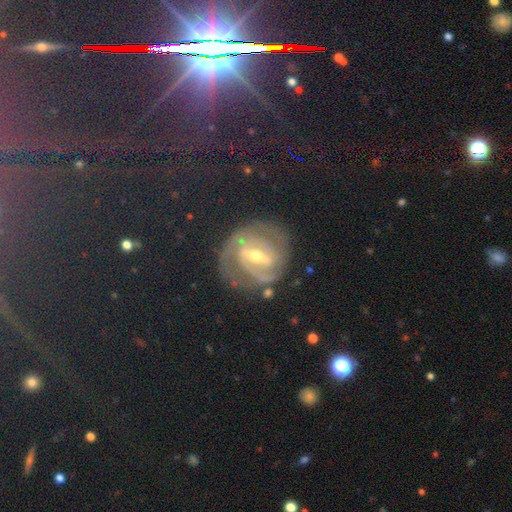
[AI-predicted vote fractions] featured or disk 71%, star or artifact 18%, smooth 11%. Down the decision tree: edge-on disk — no (93%); bar — strong (48%); spiral arms — yes (89%); spiral arm count — 2 (43%); spiral winding — tight (66%); bulge size — moderate (57%); merging — none (73%).